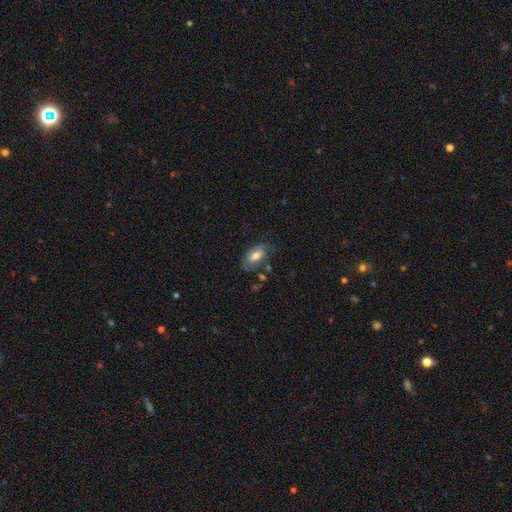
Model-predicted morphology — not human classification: A smooth galaxy with no disk features (64%) that is in between round and cigar-shaped (91%). Merging: none (57%).